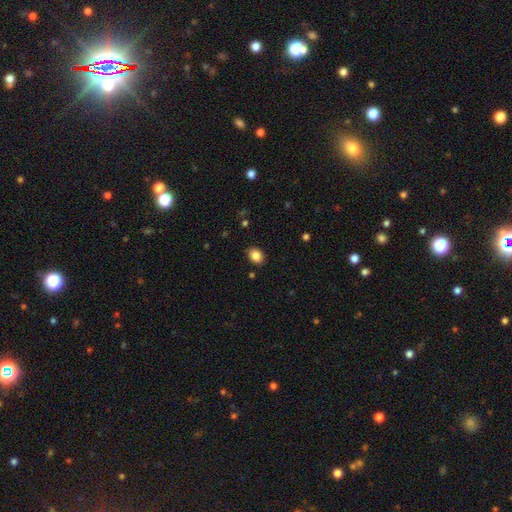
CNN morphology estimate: Smooth or featured: smooth — 87% (star or artifact — 9%)
How rounded: in between — 58% (round — 41%)
Merging: none — 87% (minor disturbance — 10%)